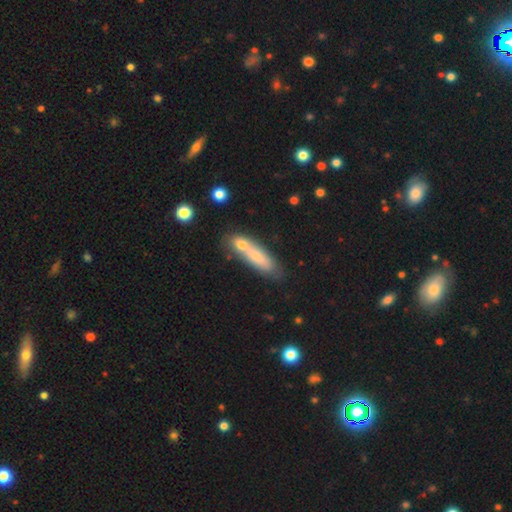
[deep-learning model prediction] smooth-or-featured: smooth: 67% | featured or disk: 25% | star or artifact: 8%
  how-rounded: cigar-shaped: 55% | in between: 42% | round: 3%
  merging: merger: 41% (tied) | none: 41% (tied) | minor disturbance: 13% | major disturbance: 5%